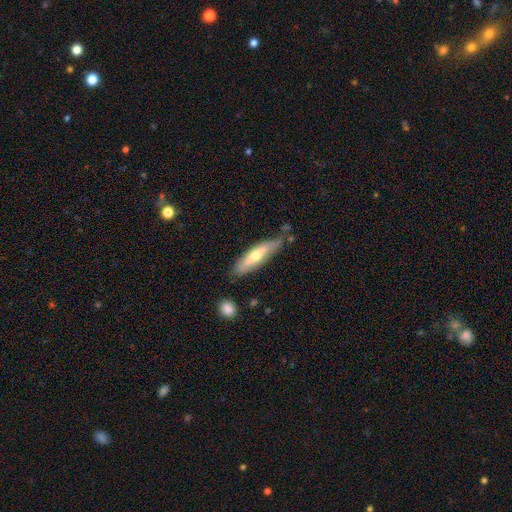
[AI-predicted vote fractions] Smooth or featured? featured or disk (49%)
Merging? none (67%)